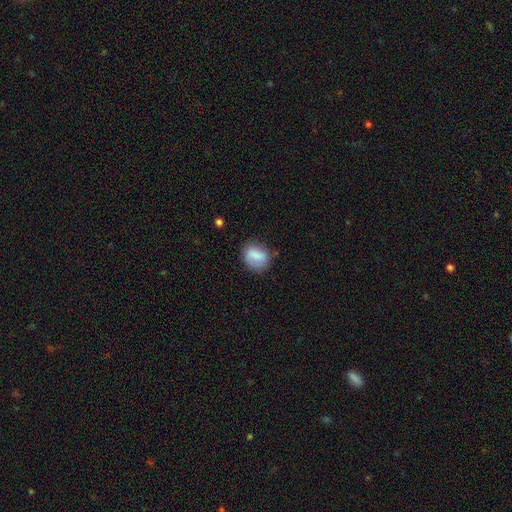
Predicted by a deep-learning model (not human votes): A smooth galaxy with no disk features (79%) that is in between round and cigar-shaped (58%). Merging: none (68%).